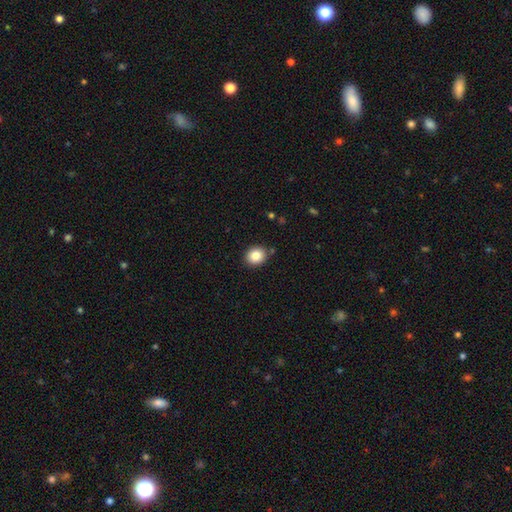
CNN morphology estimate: A smooth galaxy with no disk features (84%) that is round (72%). Merging: none (86%).